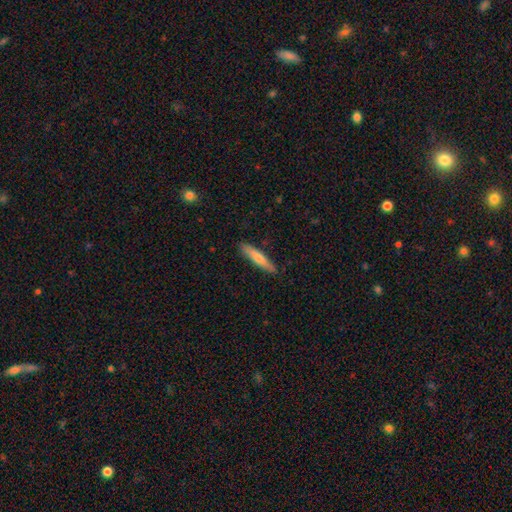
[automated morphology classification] smooth_or_featured: smooth (p=0.54) [alt: featured or disk p=0.39]
how_rounded: cigar-shaped (p=0.92) [alt: in between p=0.07]
merging: none (p=0.88) [alt: minor disturbance p=0.09]